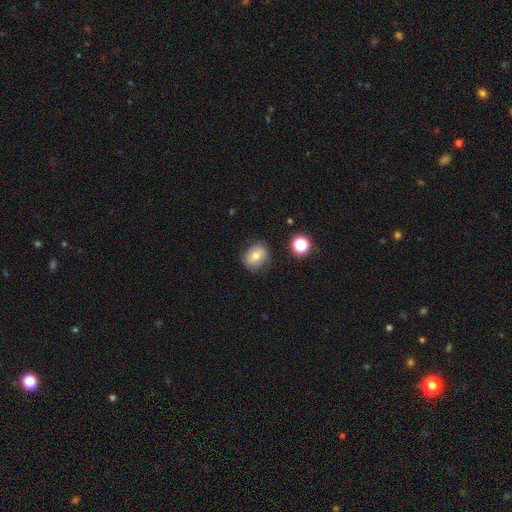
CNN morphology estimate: Smooth or featured: smooth — 66% (featured or disk — 22%)
How rounded: round — 62% (in between — 37%)
Merging: none — 75% (minor disturbance — 18%)